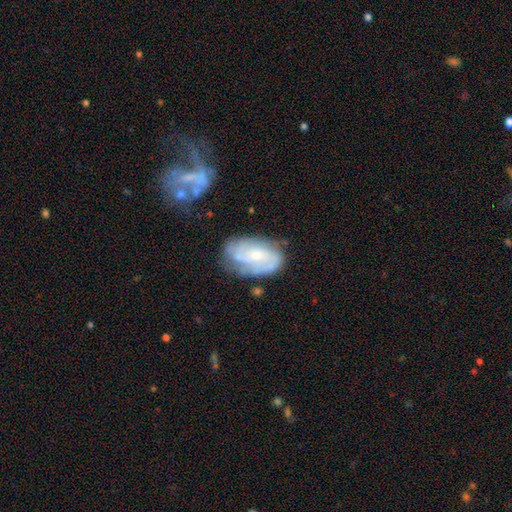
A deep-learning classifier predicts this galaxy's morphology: This appears to be a featured or disk galaxy (69%) with no bar (64%), tight (47%) spiral arms (84%) and a small central bulge (66%). Merging: none (63%).